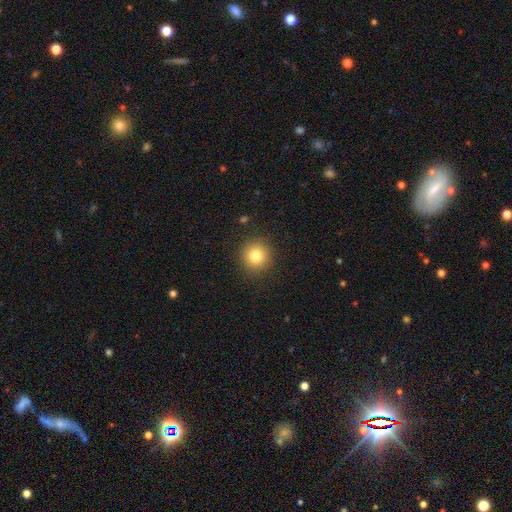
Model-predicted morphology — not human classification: Smooth or featured: smooth — 82% (star or artifact — 11%)
How rounded: round — 93% (in between — 6%)
Merging: none — 90% (minor disturbance — 7%)